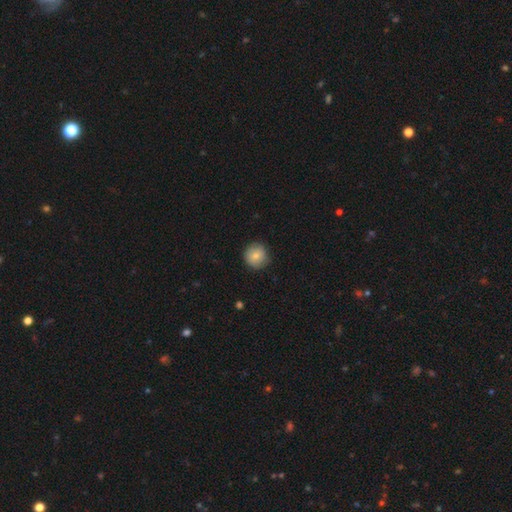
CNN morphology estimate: Smooth or featured?
  - smooth: 79% *
  - featured or disk: 13%
  - star or artifact: 8%
How rounded?
  - round: 93% *
  - in between: 6%
  - cigar-shaped: 1%
Merging?
  - none: 83% *
  - minor disturbance: 14%
  - major disturbance: 3%
  - merger: 1%